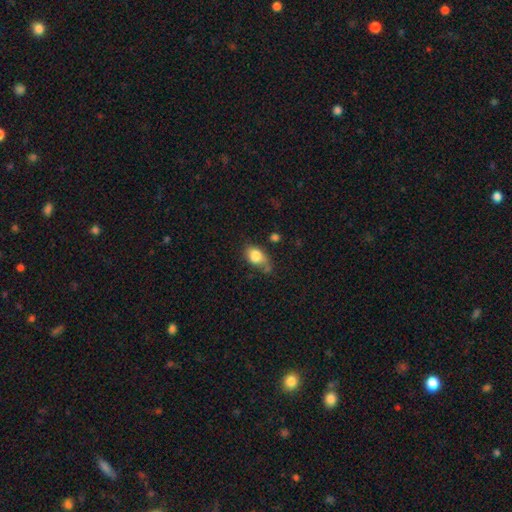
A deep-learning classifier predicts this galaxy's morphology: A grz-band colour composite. It shows a smooth galaxy with no disk features (81%) that is in between round and cigar-shaped (83%). Merging: none (40%).